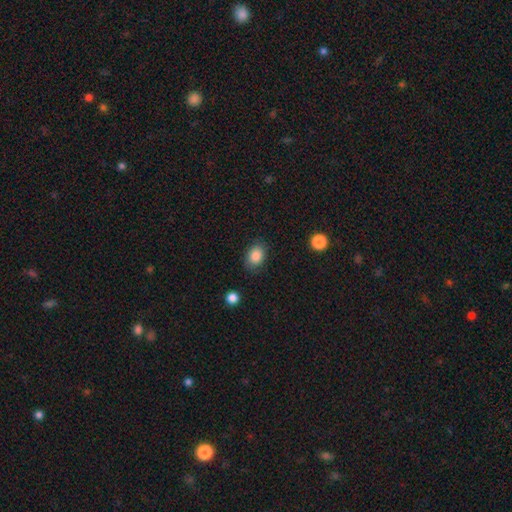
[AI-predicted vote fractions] Smooth or featured: smooth — 86% (star or artifact — 9%)
How rounded: in between — 68% (round — 31%)
Merging: none — 81% (minor disturbance — 13%)